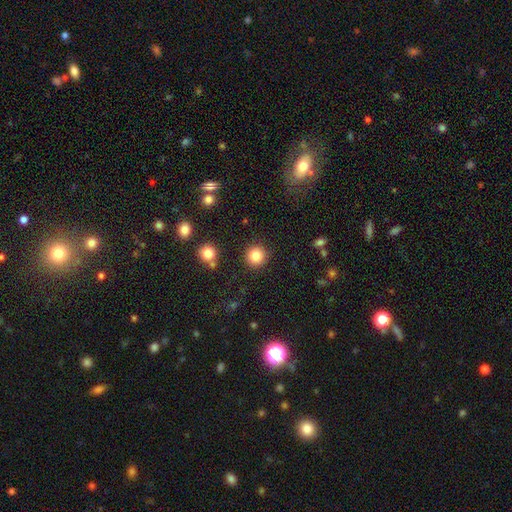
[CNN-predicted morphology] smooth_or_featured: smooth (p=0.85) [alt: star or artifact p=0.11]
how_rounded: round (p=0.94) [alt: in between p=0.05]
merging: none (p=0.89) [alt: minor disturbance p=0.06]